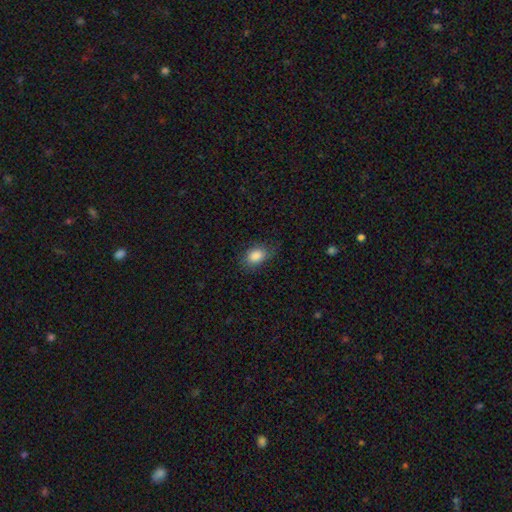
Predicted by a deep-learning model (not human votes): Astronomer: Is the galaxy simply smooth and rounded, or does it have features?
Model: smooth — 86%.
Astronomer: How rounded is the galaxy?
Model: in between — 78%.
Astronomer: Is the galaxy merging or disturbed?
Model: none — 71%.